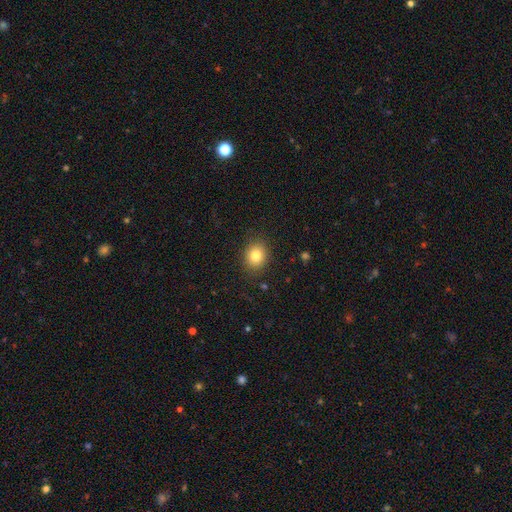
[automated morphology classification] Q: Smooth or featured?
A: smooth (83%); runner-up: star or artifact (10%)
Q: How rounded?
A: round (64%); runner-up: in between (35%)
Q: Merging?
A: none (87%); runner-up: minor disturbance (9%)